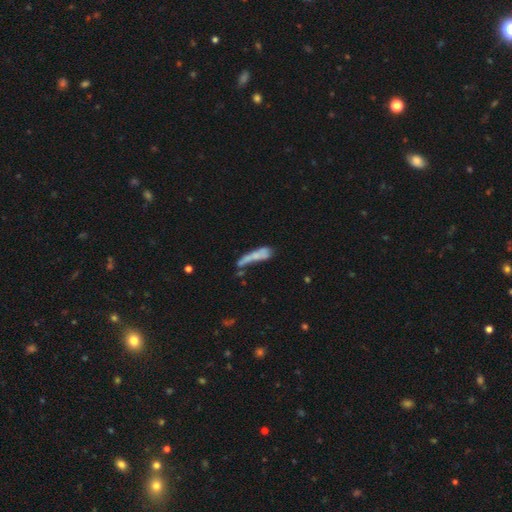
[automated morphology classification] Overall: smooth (56%; featured or disk 33%). How rounded: cigar-shaped (78%). Merging: none (30%; merger 25%).